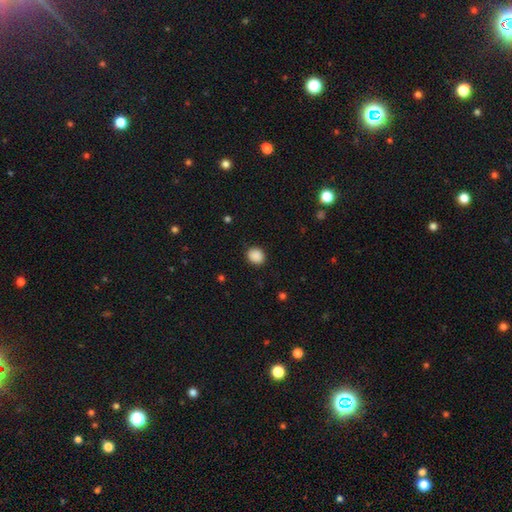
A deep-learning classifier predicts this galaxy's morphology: Smooth or featured? Predicted: smooth (p=0.89). How rounded? Predicted: round (p=0.73). Merging? Predicted: none (p=0.88).